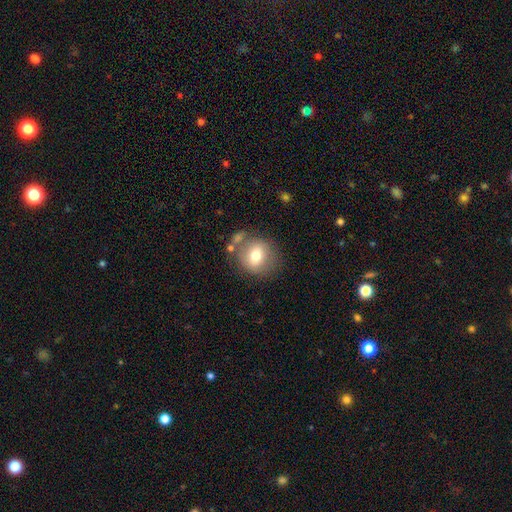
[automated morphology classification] Smooth or featured? smooth (69%)
How rounded? round (78%)
Merging? none (68%)